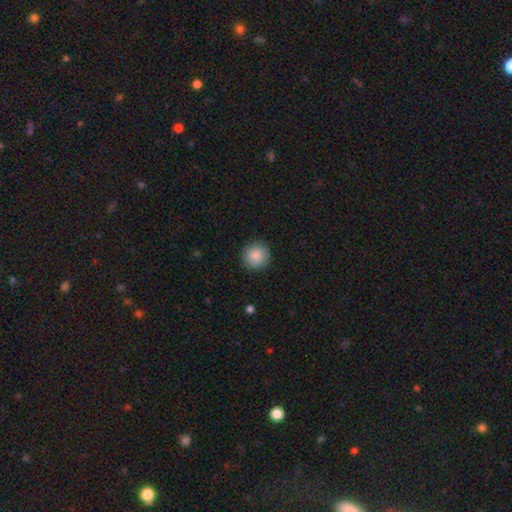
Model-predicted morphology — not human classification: Smooth or featured? Predicted: smooth (p=0.88). How rounded? Predicted: round (p=0.95). Merging? Predicted: none (p=0.90).